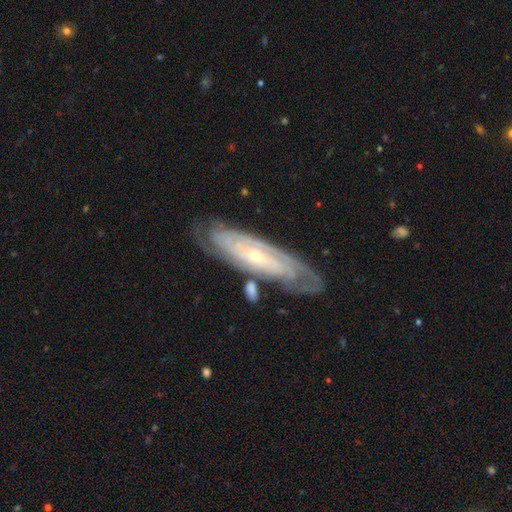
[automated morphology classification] smooth-or-featured: featured or disk: 85% | smooth: 9% | star or artifact: 5%
  disk-edge-on: no: 84% | yes: 16%
    bar: no: 69% | weak: 22% | strong: 9%
    has-spiral-arms: yes: 94% | no: 6%
      spiral-winding: tight: 78% | medium: 18% | loose: 4%
      spiral-arm-count: can't tell: 47% | 2: 19% | 3: 13% | 4: 10% | more than 4: 6% | 1: 4%
    bulge-size: small: 70% | moderate: 27% | large: 1% | none: 1% | dominant: 1%
  merging: none: 72% | minor disturbance: 18% | major disturbance: 6% | merger: 5%